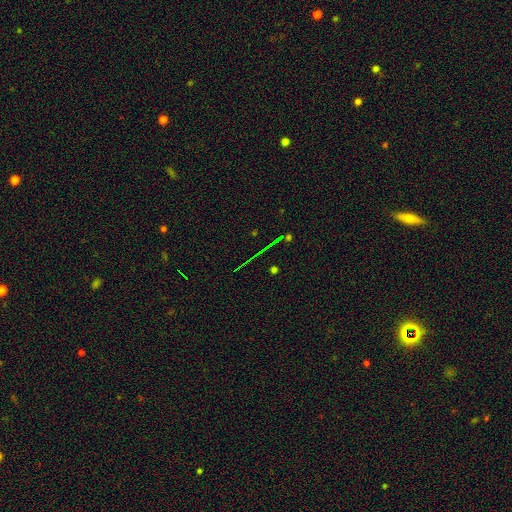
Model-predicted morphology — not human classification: The model was most divided on "smooth or featured": star or artifact: 72%, featured or disk: 17%, smooth: 11%.